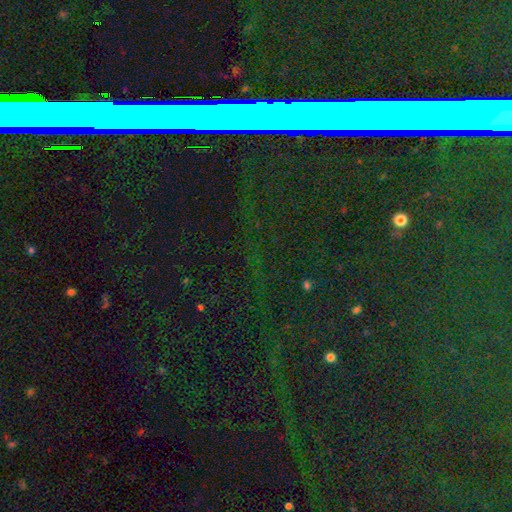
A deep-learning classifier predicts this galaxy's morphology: Q: Smooth or featured?
A: star or artifact (80%); runner-up: featured or disk (10%)